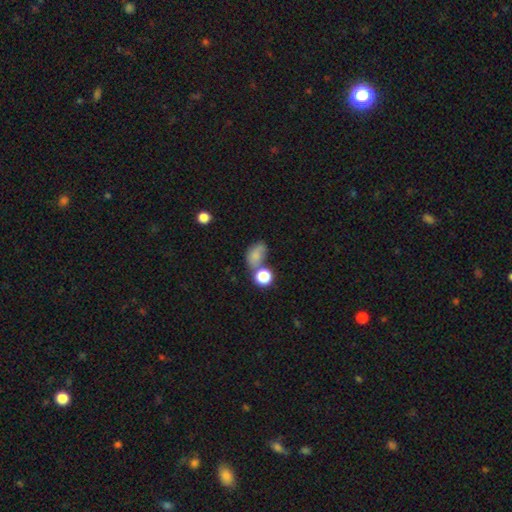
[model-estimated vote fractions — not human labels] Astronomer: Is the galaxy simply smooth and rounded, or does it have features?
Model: smooth — 74%.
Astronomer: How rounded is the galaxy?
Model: in between — 75%.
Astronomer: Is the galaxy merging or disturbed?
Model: none — 37% (runner-up: merger, 28%).